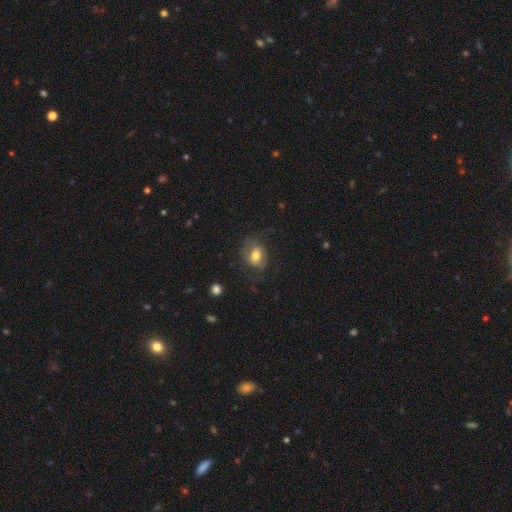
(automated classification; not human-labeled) Smooth or featured: smooth — 56% (featured or disk — 35%)
How rounded: in between — 59% (round — 39%)
Merging: none — 57% (minor disturbance — 22%)